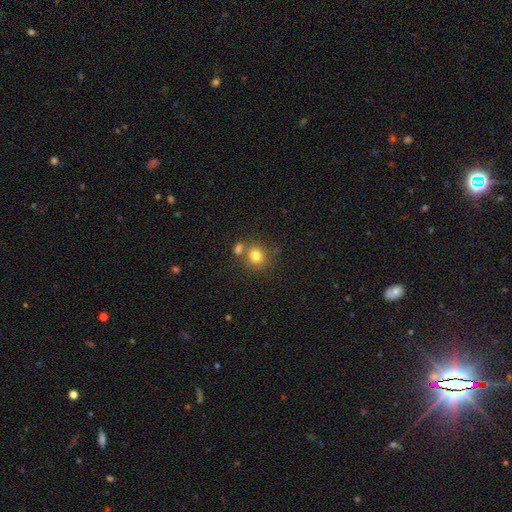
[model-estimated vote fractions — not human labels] This is likely a smooth galaxy (79%). How rounded: clearly round (85%). Merging: likely none (63%).